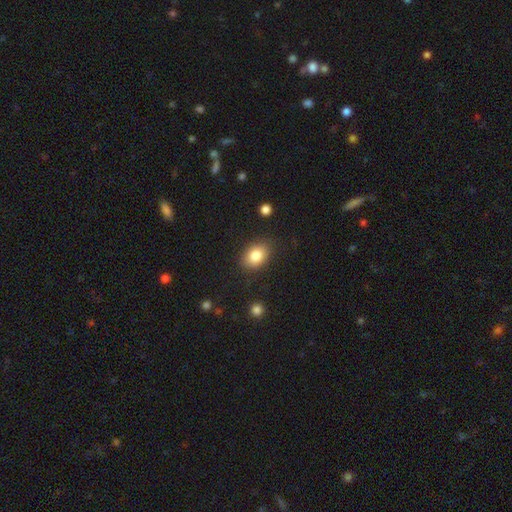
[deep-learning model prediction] This is clearly a smooth galaxy (82%). How rounded: likely in between (71%). Merging: clearly none (83%).